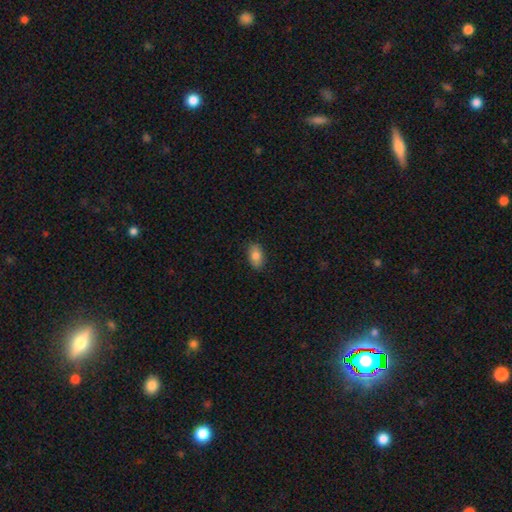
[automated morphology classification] smooth 83%, featured or disk 10%, star or artifact 8%. Down the decision tree: how rounded — in between (90%); merging — none (87%).